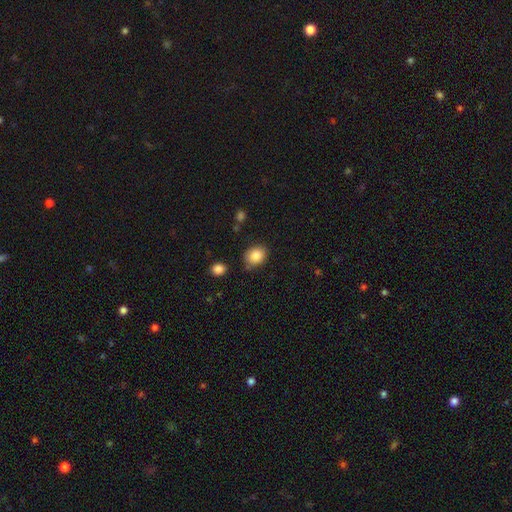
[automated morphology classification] A smooth galaxy with no disk features (84%) that is round (51%).

Vote fractions:
- Smooth or featured? smooth: 84% / star or artifact: 9% / featured or disk: 7%
- How rounded? round: 51% / in between: 48% / cigar-shaped: 1%
- Merging? none: 76% / minor disturbance: 17% / merger: 4% / major disturbance: 3%